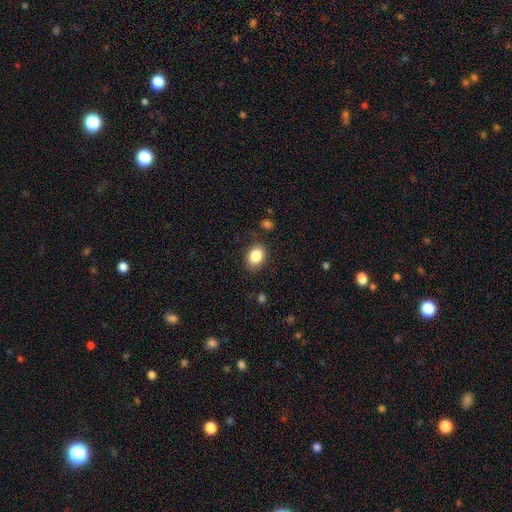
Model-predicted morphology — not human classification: type=smooth (85%); roundness=in between (68%); merging=none (81%).